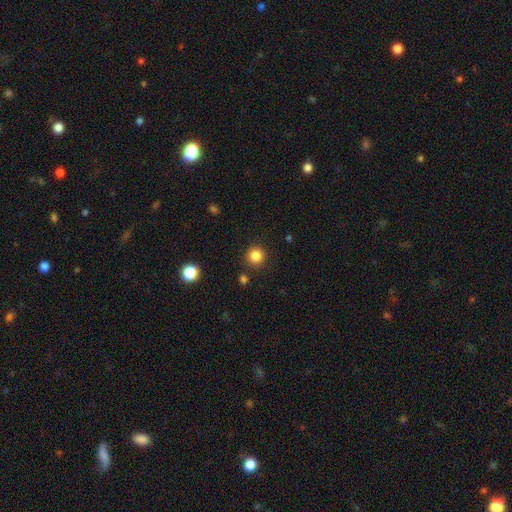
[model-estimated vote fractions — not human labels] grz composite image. It shows a smooth galaxy with no disk features (84%) that is round (94%). Merging: none (89%).